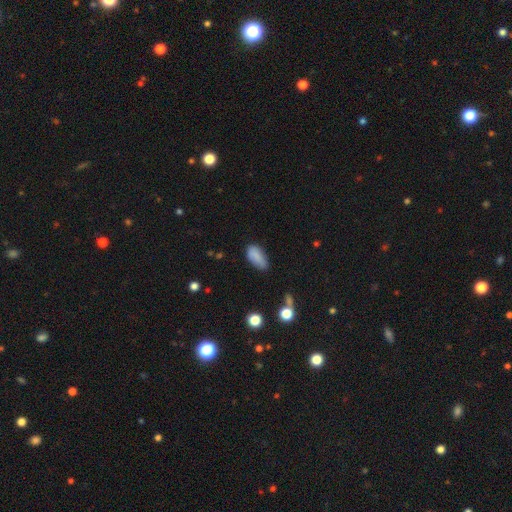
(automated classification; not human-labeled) Smooth or featured? Predicted: smooth (p=0.84). How rounded? Predicted: in between (p=0.89). Merging? Predicted: none (p=0.62).